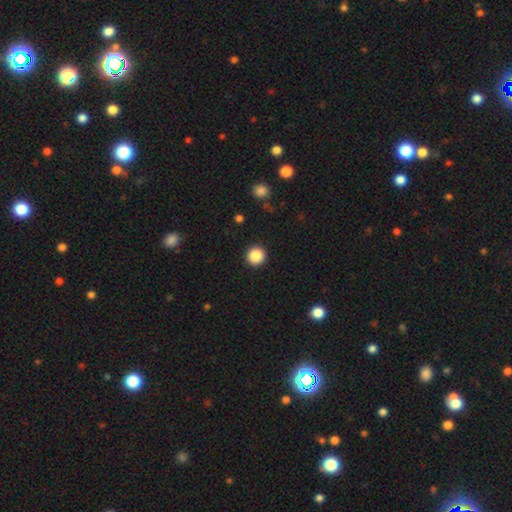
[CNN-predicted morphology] Smooth or featured: smooth — 87% (star or artifact — 10%)
How rounded: round — 95% (in between — 4%)
Merging: none — 92% (minor disturbance — 5%)